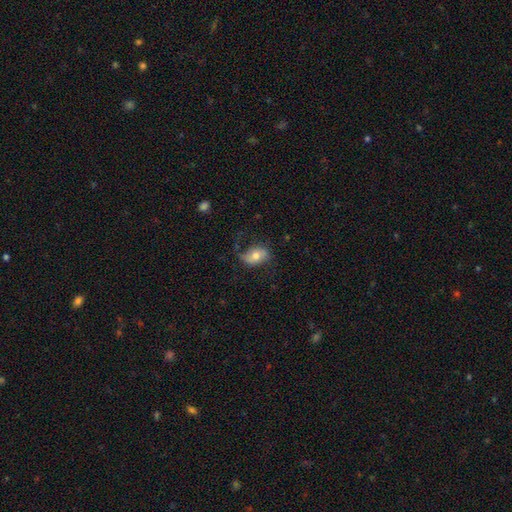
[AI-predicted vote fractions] smooth 54%, featured or disk 38%, star or artifact 8%. Down the decision tree: how rounded — in between (84%); merging — none (59%).